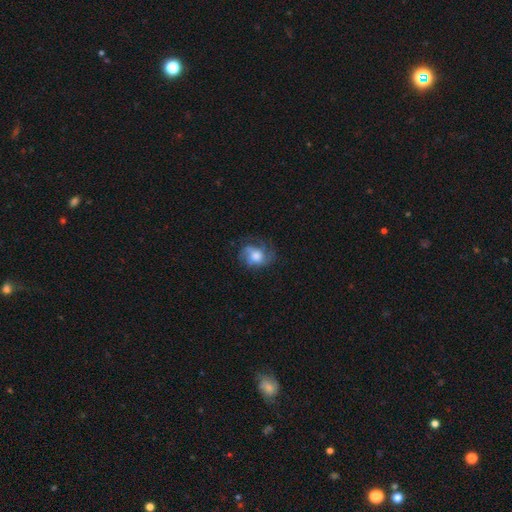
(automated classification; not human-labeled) A featured or disk galaxy (53%) with no bar (75%), spiral arms (82%) and a moderate central bulge (41%). Merging: none (57%).